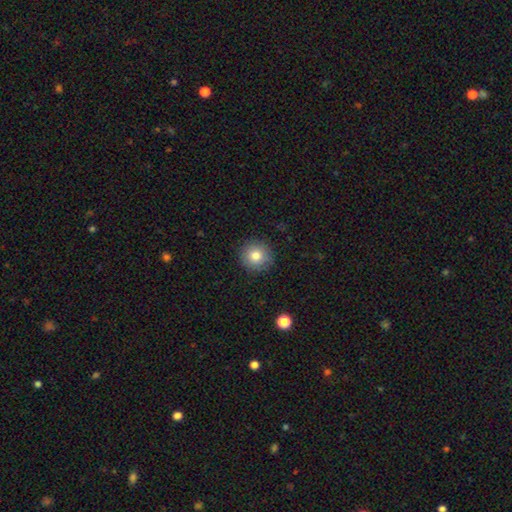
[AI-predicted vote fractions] The model was most divided on "smooth or featured": smooth: 80%, star or artifact: 10%, featured or disk: 10%. More confident: how rounded — round (95%); merging — none (91%).